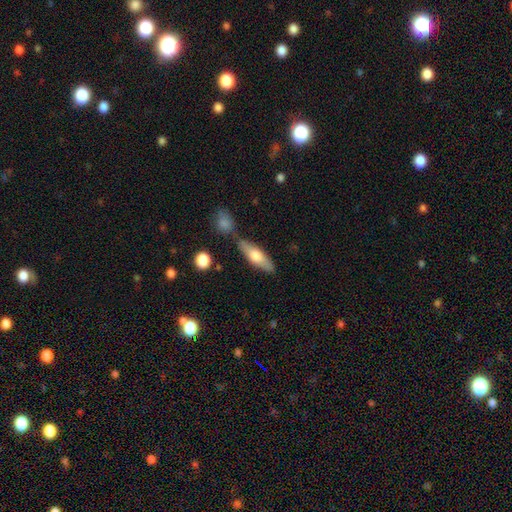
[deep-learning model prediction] Smooth or featured? Predicted: smooth (p=0.62). How rounded? Predicted: cigar-shaped (p=0.50). Merging? Predicted: none (p=0.69).